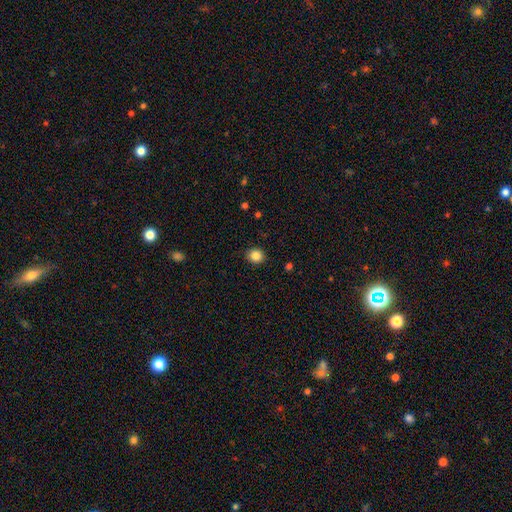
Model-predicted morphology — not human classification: A smooth galaxy with no disk features (86%) that is round (84%).

Vote fractions:
- Smooth or featured? smooth: 86% / star or artifact: 10% / featured or disk: 4%
- How rounded? round: 84% / in between: 15% / cigar-shaped: 1%
- Merging? none: 92% / minor disturbance: 6% / major disturbance: 2% / merger: 1%